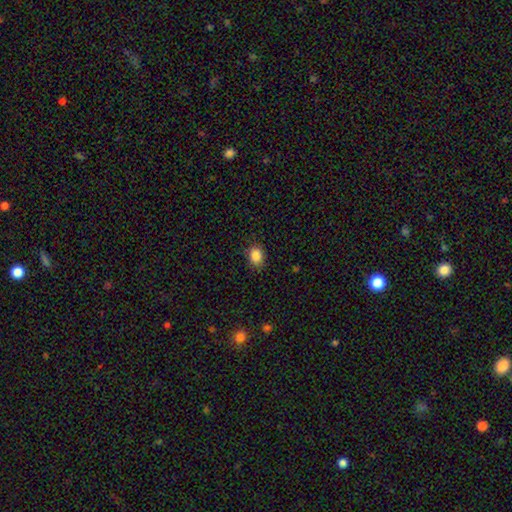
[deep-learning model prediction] This is clearly a smooth galaxy (87%). How rounded: possibly in between (56%). Merging: clearly none (82%).